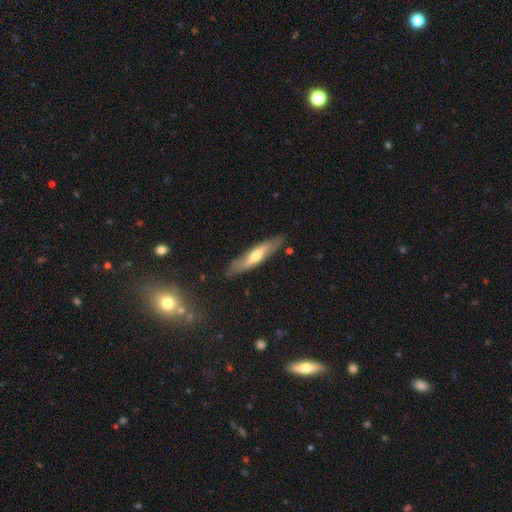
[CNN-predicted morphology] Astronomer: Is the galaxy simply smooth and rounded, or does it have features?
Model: smooth — 47%, tied with featured or disk at 47%.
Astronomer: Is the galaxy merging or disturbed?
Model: none — 82%.